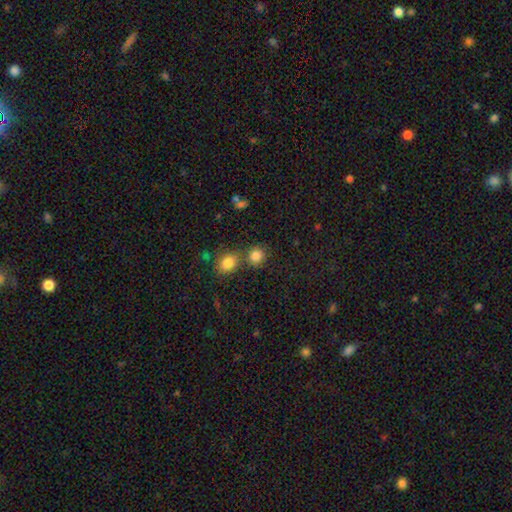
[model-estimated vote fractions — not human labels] Smooth or featured: smooth — 82% (star or artifact — 12%)
How rounded: round — 81% (in between — 18%)
Merging: none — 60% (merger — 26%)